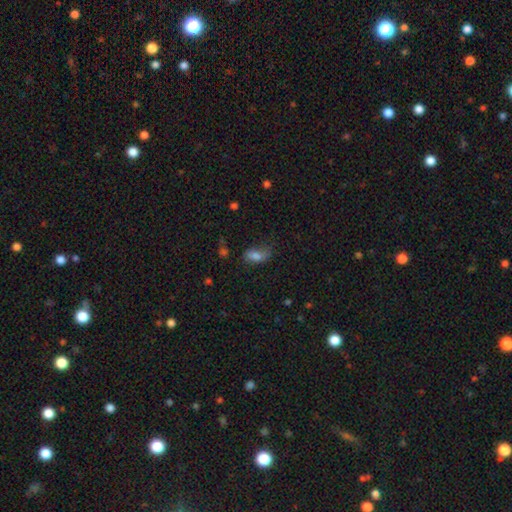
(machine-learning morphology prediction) The model was most divided on "merging": none: 48%, minor disturbance: 32%, major disturbance: 17%, merger: 3%. More confident: how rounded — in between (88%); smooth or featured — smooth (76%).